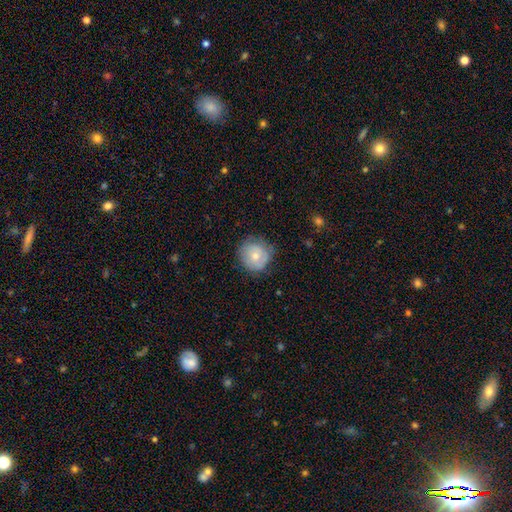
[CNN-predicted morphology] Smooth or featured? smooth (62%)
How rounded? round (88%)
Merging? none (69%)